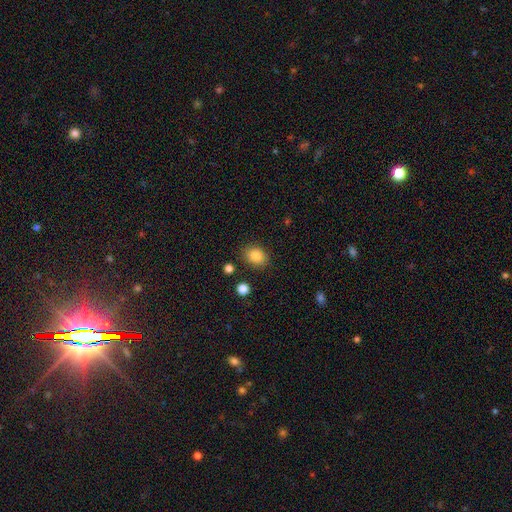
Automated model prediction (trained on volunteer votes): Smooth or featured: smooth — 84% (star or artifact — 9%)
How rounded: in between — 61% (round — 38%)
Merging: none — 84% (minor disturbance — 10%)